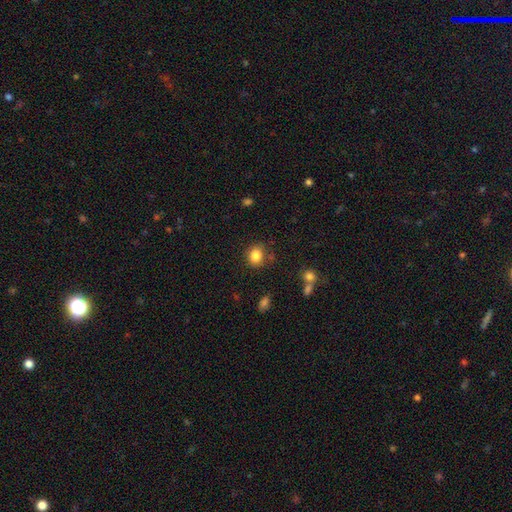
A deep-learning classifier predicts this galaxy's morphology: The model was most divided on "how rounded": round: 63%, in between: 36%, cigar-shaped: 1%. More confident: smooth or featured — smooth (84%); merging — none (80%).